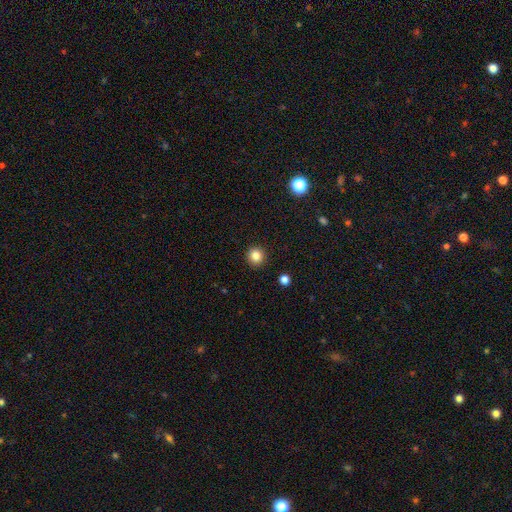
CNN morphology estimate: Smooth or featured?
  - smooth: 85% *
  - star or artifact: 11%
  - featured or disk: 4%
How rounded?
  - round: 93% *
  - in between: 6%
  - cigar-shaped: 1%
Merging?
  - none: 92% *
  - minor disturbance: 5%
  - major disturbance: 2%
  - merger: 1%